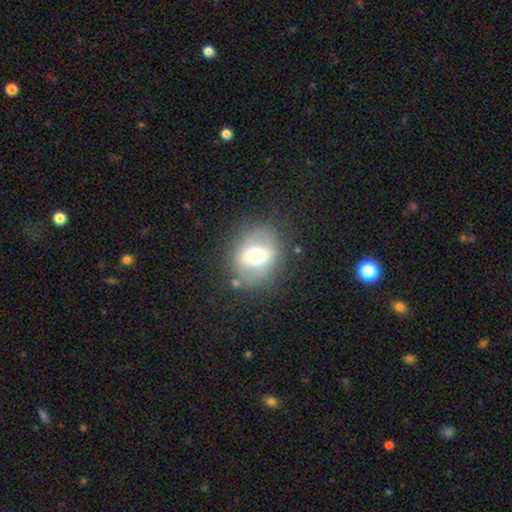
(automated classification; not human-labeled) Morphology: type=smooth (49%); merging=none (76%).